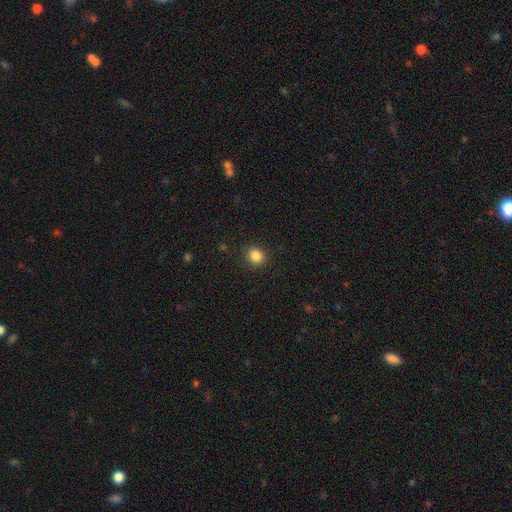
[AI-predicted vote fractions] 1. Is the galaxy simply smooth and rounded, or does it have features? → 85% smooth, 11% star or artifact, 4% featured or disk.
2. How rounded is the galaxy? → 78% round, 21% in between, 1% cigar-shaped.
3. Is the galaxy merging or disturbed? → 89% none, 8% minor disturbance, 2% major disturbance, 1% merger.